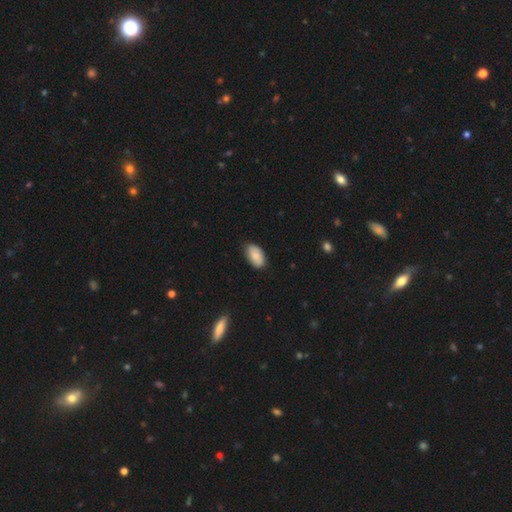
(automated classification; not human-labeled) Smooth or featured?
  - smooth: 82% *
  - featured or disk: 11%
  - star or artifact: 6%
How rounded?
  - in between: 94% *
  - round: 4%
  - cigar-shaped: 2%
Merging?
  - none: 83% *
  - minor disturbance: 13%
  - major disturbance: 2%
  - merger: 1%